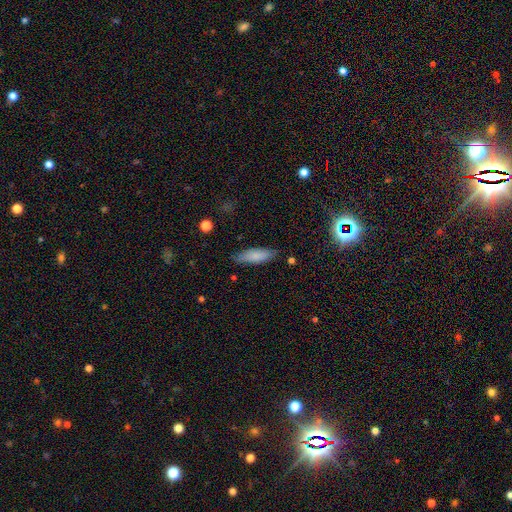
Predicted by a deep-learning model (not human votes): A smooth galaxy with no disk features (82%) that is in between round and cigar-shaped (53%).

Vote fractions:
- Smooth or featured? smooth: 82% / featured or disk: 12% / star or artifact: 7%
- How rounded? in between: 53% / cigar-shaped: 46% / round: 2%
- Merging? none: 82% / minor disturbance: 14% / major disturbance: 3% / merger: 2%